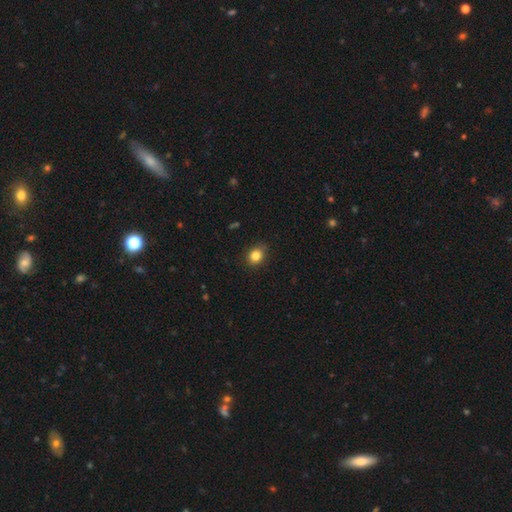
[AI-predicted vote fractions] Q: Smooth or featured?
A: smooth (84%); runner-up: star or artifact (11%)
Q: How rounded?
A: round (65%); runner-up: in between (34%)
Q: Merging?
A: none (85%); runner-up: minor disturbance (12%)